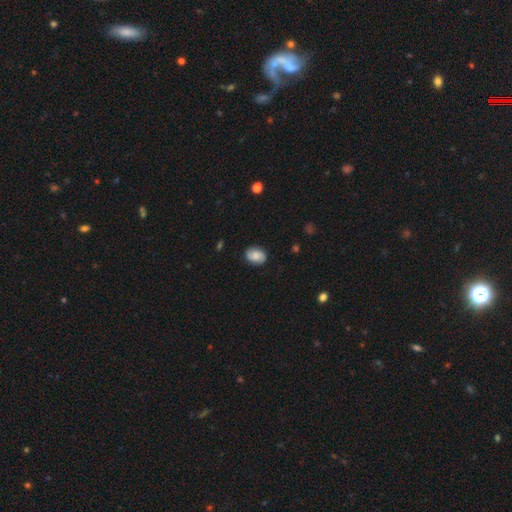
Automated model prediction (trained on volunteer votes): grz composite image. It shows a smooth galaxy with no disk features (63%) that is in between round and cigar-shaped (72%). Merging: none (84%).